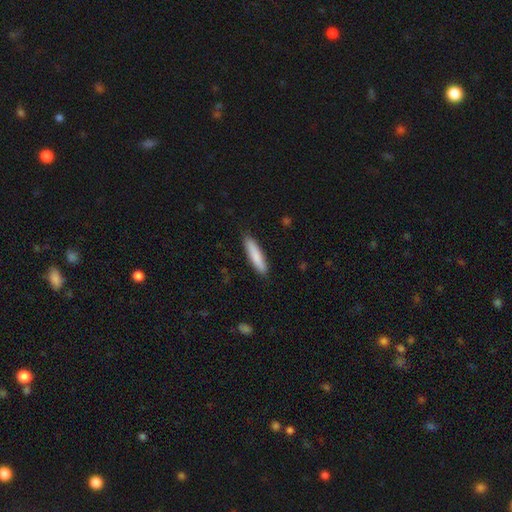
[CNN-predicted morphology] smooth 84%, featured or disk 11%, star or artifact 5%. Down the decision tree: how rounded — cigar-shaped (83%); merging — none (88%).